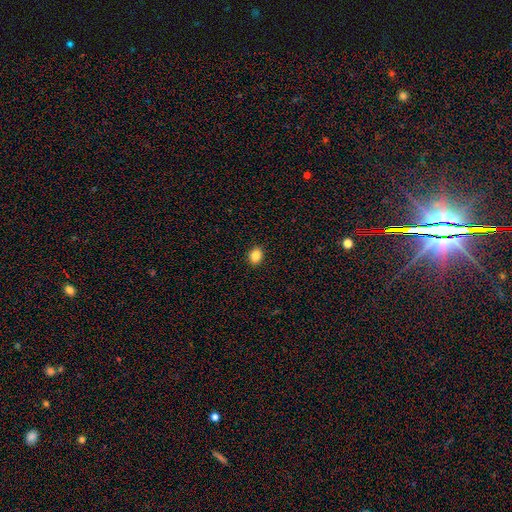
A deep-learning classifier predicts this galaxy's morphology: Smooth or featured?
  - smooth: 86% *
  - star or artifact: 10%
  - featured or disk: 4%
How rounded?
  - in between: 52% *
  - round: 47%
  - cigar-shaped: 1%
Merging?
  - none: 92% *
  - minor disturbance: 6%
  - major disturbance: 2%
  - merger: 1%